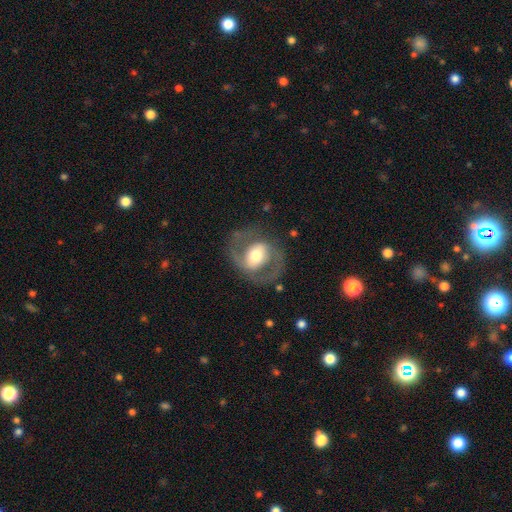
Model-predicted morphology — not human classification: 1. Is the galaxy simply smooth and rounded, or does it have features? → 77% featured or disk, 18% smooth, 5% star or artifact.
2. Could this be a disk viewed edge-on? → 97% no, 3% yes.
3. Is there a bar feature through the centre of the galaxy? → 38% weak, 33% no, 29% strong.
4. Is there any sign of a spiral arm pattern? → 79% yes, 21% no.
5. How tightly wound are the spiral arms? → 55% medium, 23% loose, 21% tight.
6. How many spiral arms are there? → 89% 2, 5% can't tell, 3% 1, 1% 3, 1% 4, 1% more than 4.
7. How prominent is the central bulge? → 60% moderate, 28% large, 8% small, 3% dominant, 1% none.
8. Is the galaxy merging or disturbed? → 75% none, 13% minor disturbance, 11% major disturbance, 1% merger.